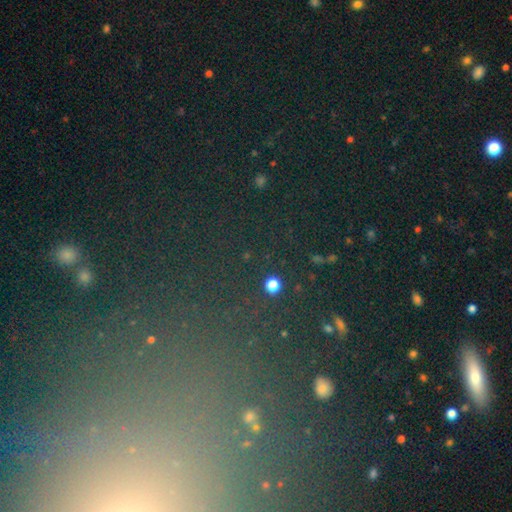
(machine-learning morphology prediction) A star or artifact, not a galaxy (69%).

Vote fractions:
- Smooth or featured? star or artifact: 69% / smooth: 20% / featured or disk: 11%